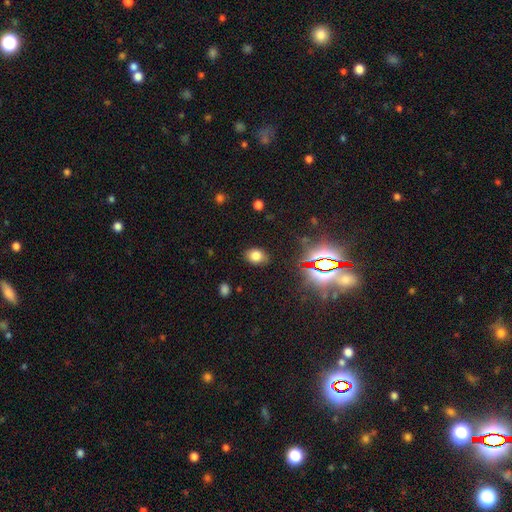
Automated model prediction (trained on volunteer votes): Smooth or featured?
  - smooth: 73% *
  - star or artifact: 18%
  - featured or disk: 8%
How rounded?
  - in between: 72% *
  - round: 27%
  - cigar-shaped: 1%
Merging?
  - none: 84% *
  - minor disturbance: 11%
  - major disturbance: 3%
  - merger: 2%